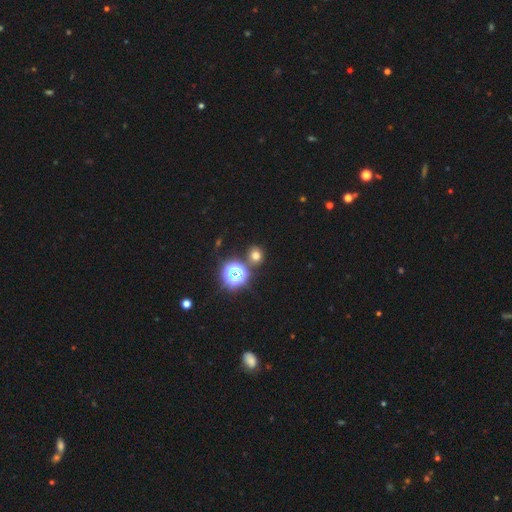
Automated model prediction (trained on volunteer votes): Morphology: type=smooth (66%); roundness=round (79%); merging=none (81%).